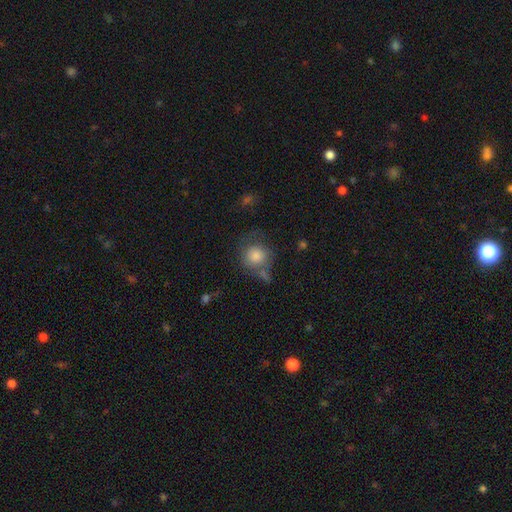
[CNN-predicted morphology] Smooth or featured? Predicted: smooth (p=0.76). How rounded? Predicted: round (p=0.87). Merging? Predicted: none (p=0.51).